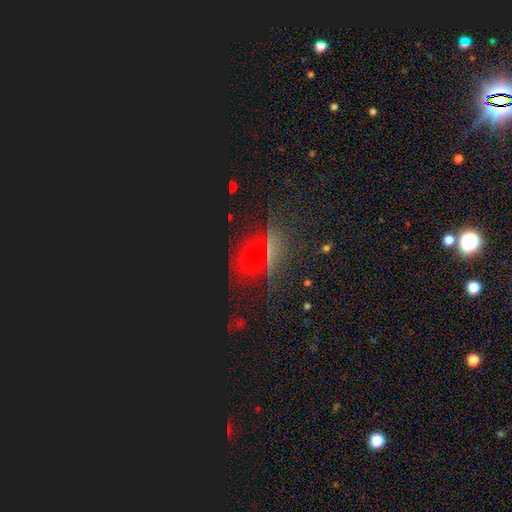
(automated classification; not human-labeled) A star or artifact, not a galaxy (52%).